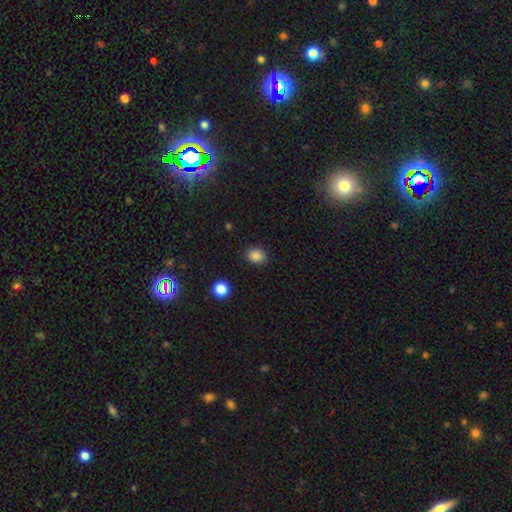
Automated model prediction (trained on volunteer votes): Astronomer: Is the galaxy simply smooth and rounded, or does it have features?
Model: smooth — 86%.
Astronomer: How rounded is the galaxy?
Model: round — 53% (runner-up: in between, 46%).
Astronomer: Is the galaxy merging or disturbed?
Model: none — 87%.